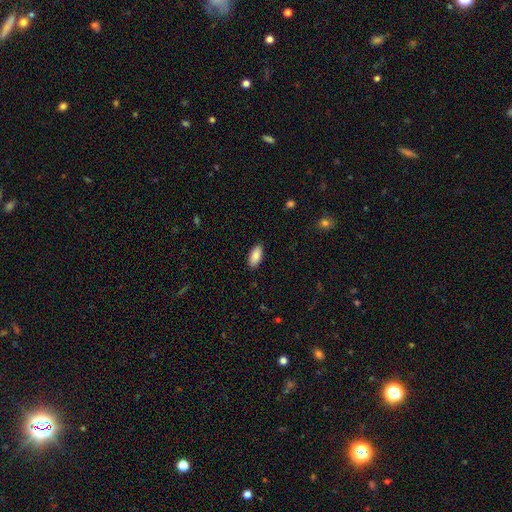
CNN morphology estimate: This appears to be a smooth galaxy with no disk features (89%) that is in between round and cigar-shaped (92%). Merging: none (89%).